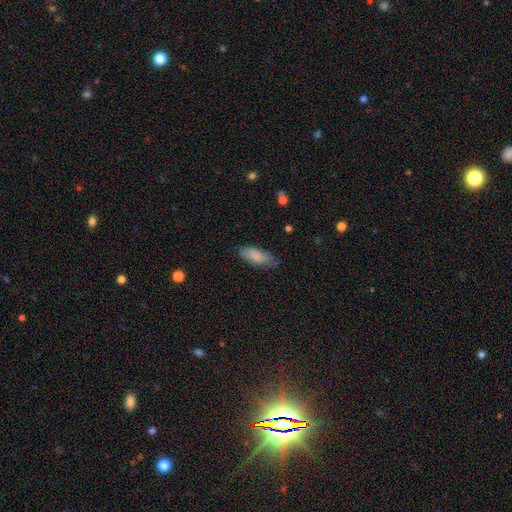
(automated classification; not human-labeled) Smooth or featured? Predicted: smooth (p=0.82). How rounded? Predicted: in between (p=0.82). Merging? Predicted: none (p=0.71).